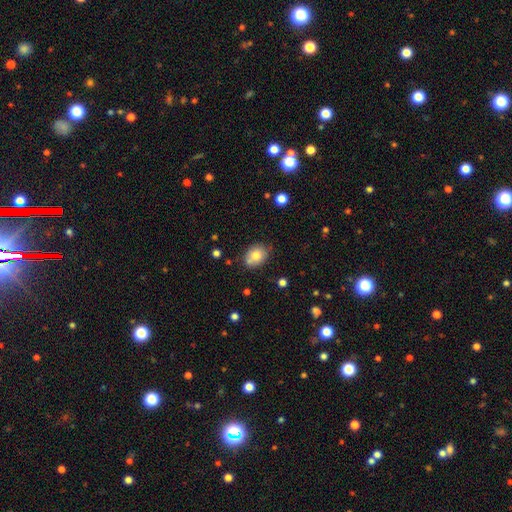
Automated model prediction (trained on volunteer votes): Smooth or featured? Predicted: smooth (p=0.78). How rounded? Predicted: in between (p=0.51). Merging? Predicted: none (p=0.68).